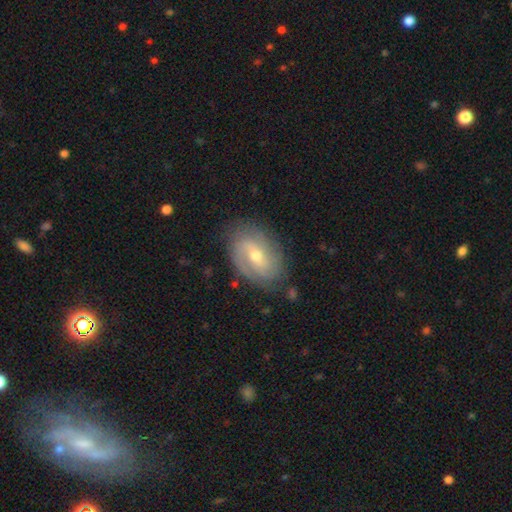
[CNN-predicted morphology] smooth_or_featured: featured or disk (p=0.73) [alt: smooth p=0.20]
disk_edge_on: no (p=0.95) [alt: yes p=0.05]
bar: weak (p=0.47) [alt: no p=0.35]
has_spiral_arms: yes (p=0.88) [alt: no p=0.12]
spiral_winding: tight (p=0.40) [alt: medium p=0.39]
spiral_arm_count: 2 (p=0.58) [alt: can't tell p=0.22]
bulge_size: moderate (p=0.56) [alt: small p=0.40]
merging: none (p=0.78) [alt: minor disturbance p=0.15]